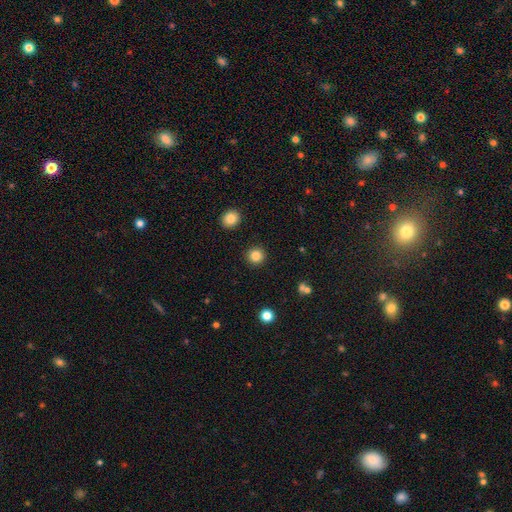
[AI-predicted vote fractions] smooth-or-featured: smooth: 85% | star or artifact: 11% | featured or disk: 5%
  how-rounded: round: 94% | in between: 5% | cigar-shaped: 1%
  merging: none: 92% | minor disturbance: 4% | major disturbance: 2% | merger: 2%